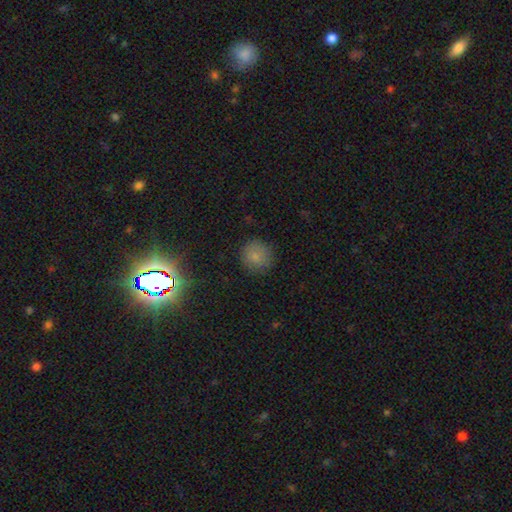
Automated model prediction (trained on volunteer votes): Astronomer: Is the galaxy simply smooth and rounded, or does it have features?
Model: smooth — 80%.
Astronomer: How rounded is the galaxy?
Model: round — 91%.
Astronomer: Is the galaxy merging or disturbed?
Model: none — 84%.